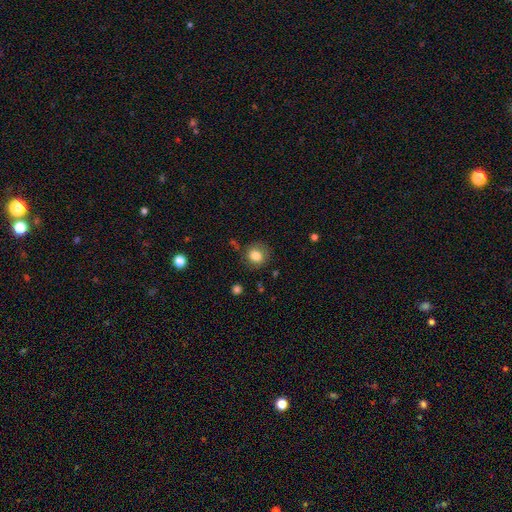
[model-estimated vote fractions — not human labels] smooth 82%, star or artifact 10%, featured or disk 8%. Down the decision tree: how rounded — round (85%); merging — none (78%).